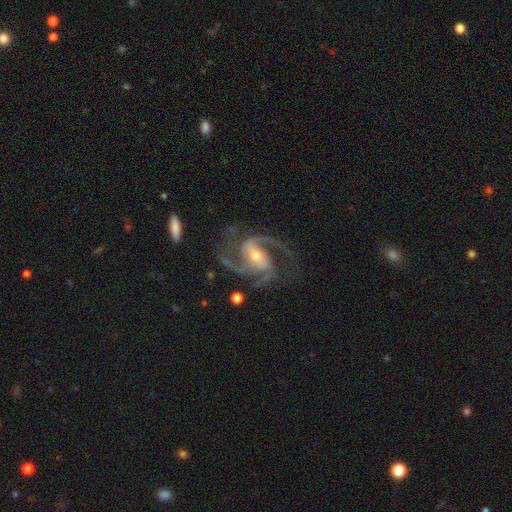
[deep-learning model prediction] Smooth or featured? Predicted: featured or disk (p=0.93). Edge-on disk? Predicted: no (p=0.98). Bar? Predicted: weak (p=0.39). Spiral arms? Predicted: yes (p=0.98). Spiral winding? Predicted: medium (p=0.63). Spiral arm count? Predicted: 3 (p=0.46). Bulge size? Predicted: moderate (p=0.49). Merging? Predicted: none (p=0.71).